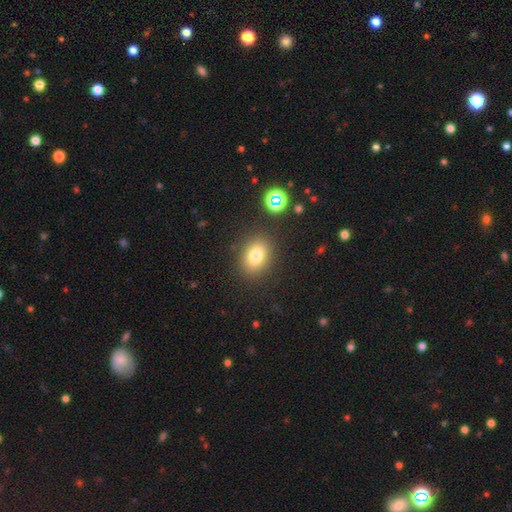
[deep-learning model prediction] A smooth galaxy with no disk features (78%) that is in between round and cigar-shaped (61%). Merging: none (85%).